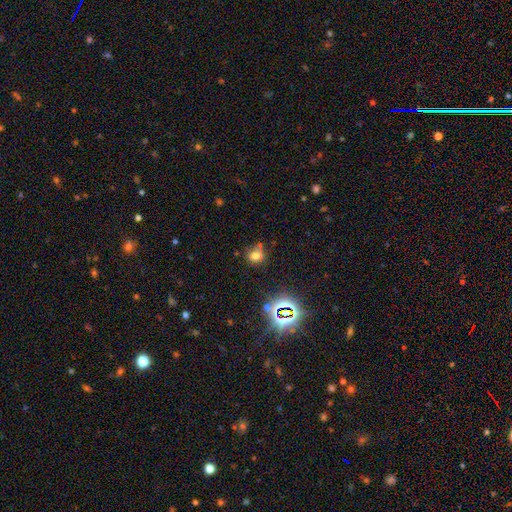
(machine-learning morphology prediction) smooth_or_featured: smooth (p=0.63) [alt: star or artifact p=0.24]
how_rounded: round (p=0.71) [alt: in between p=0.28]
merging: none (p=0.53) [alt: merger p=0.24]